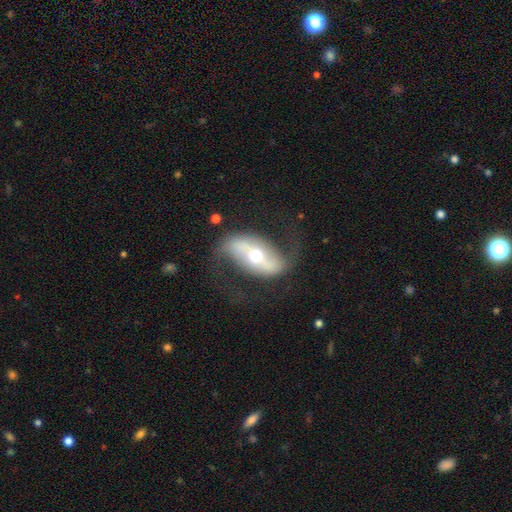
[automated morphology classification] smooth_or_featured: featured or disk (p=0.79) [alt: smooth p=0.16]
disk_edge_on: no (p=0.91) [alt: yes p=0.09]
bar: strong (p=0.52) [alt: no p=0.24]
has_spiral_arms: yes (p=0.83) [alt: no p=0.17]
spiral_winding: loose (p=0.72) [alt: medium p=0.21]
spiral_arm_count: 2 (p=0.92) [alt: can't tell p=0.03]
bulge_size: moderate (p=0.71) [alt: small p=0.16]
merging: none (p=0.68) [alt: minor disturbance p=0.16]